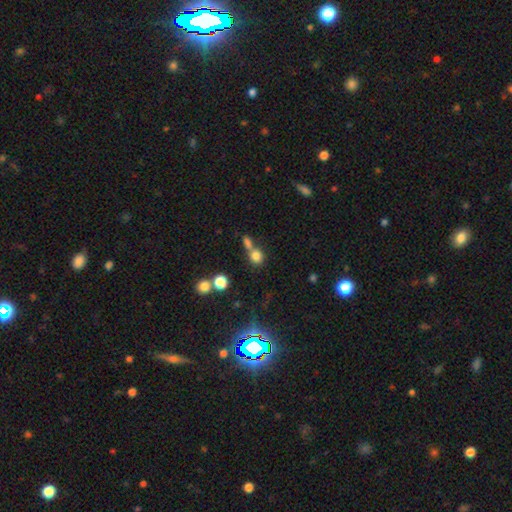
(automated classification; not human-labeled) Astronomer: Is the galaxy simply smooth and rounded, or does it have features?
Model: smooth — 78%.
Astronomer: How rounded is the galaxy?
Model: round — 81%.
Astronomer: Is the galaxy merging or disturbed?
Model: none — 48% (runner-up: merger, 39%).